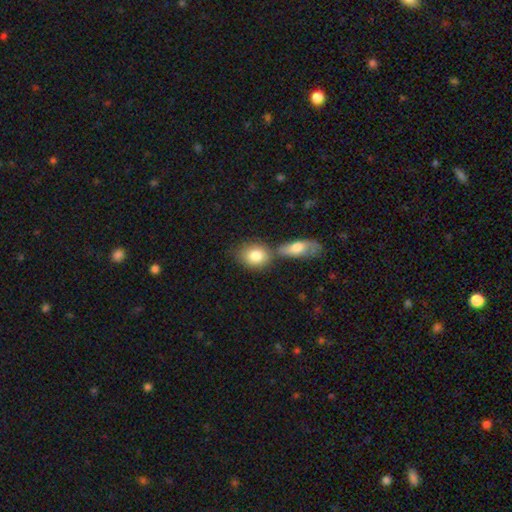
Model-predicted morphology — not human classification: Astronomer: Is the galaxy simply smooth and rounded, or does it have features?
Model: smooth — 82%.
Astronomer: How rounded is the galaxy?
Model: in between — 62%.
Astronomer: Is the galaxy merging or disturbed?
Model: none — 49% (runner-up: merger, 36%).